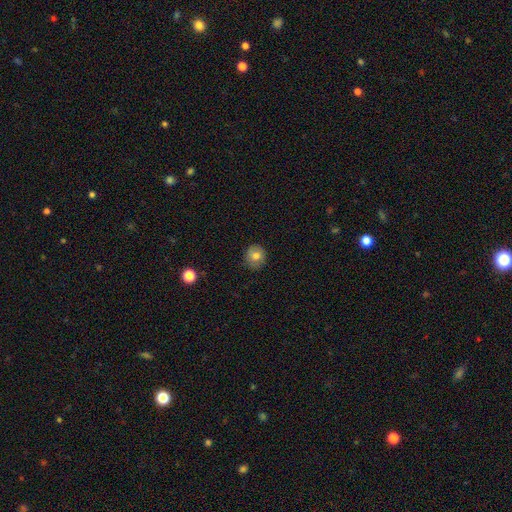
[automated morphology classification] smooth_or_featured: smooth (p=0.78) [alt: featured or disk p=0.13]
how_rounded: round (p=0.86) [alt: in between p=0.13]
merging: none (p=0.87) [alt: minor disturbance p=0.10]